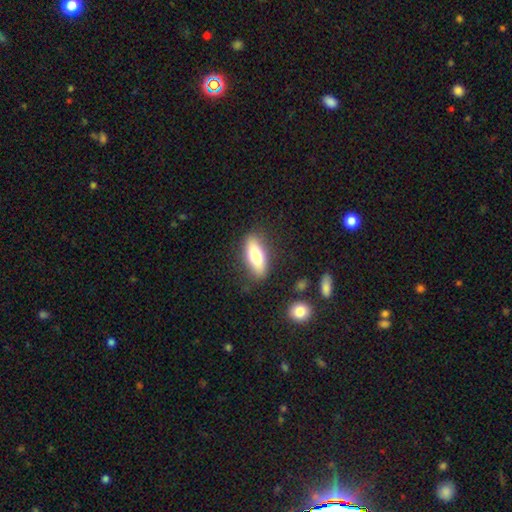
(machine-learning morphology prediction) Smooth or featured? Predicted: smooth (p=0.70). How rounded? Predicted: in between (p=0.66). Merging? Predicted: none (p=0.83).